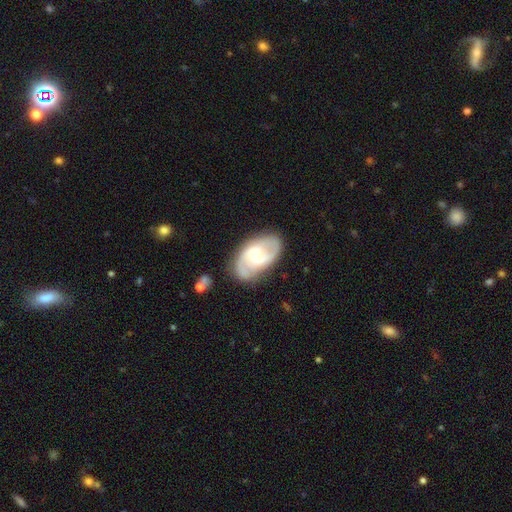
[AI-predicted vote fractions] Smooth or featured? featured or disk (83%)
Edge-on disk? no (97%)
Bar? weak (53%)
Spiral arms? yes (95%)
Spiral winding? medium (53%)
Spiral arm count? 2 (80%)
Bulge size? moderate (57%)
Merging? none (78%)